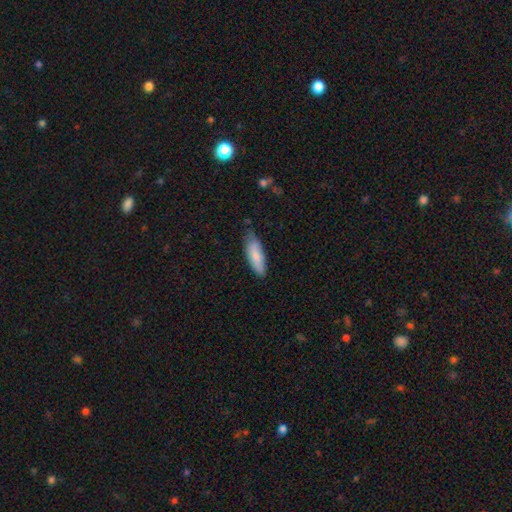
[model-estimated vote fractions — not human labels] smooth_or_featured: smooth (p=0.81) [alt: featured or disk p=0.13]
how_rounded: in between (p=0.58) [alt: cigar-shaped p=0.40]
merging: none (p=0.71) [alt: minor disturbance p=0.24]